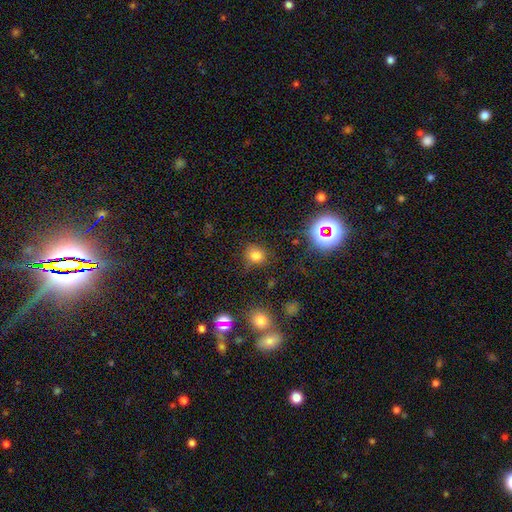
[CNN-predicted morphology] Smooth or featured? smooth (75%)
How rounded? round (74%)
Merging? none (74%)